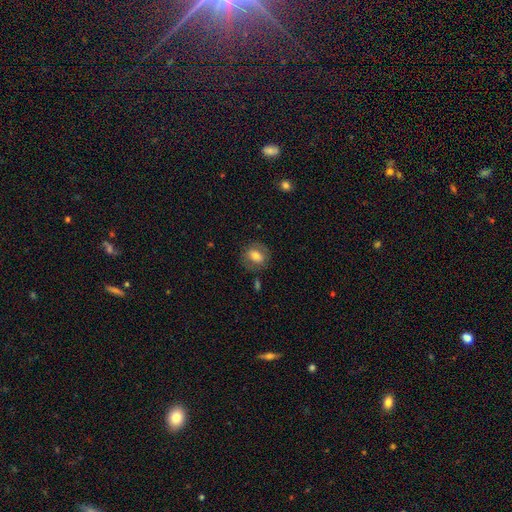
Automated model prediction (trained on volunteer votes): This appears to be a smooth galaxy with no disk features (69%) that is round (51%). Merging: none (78%).